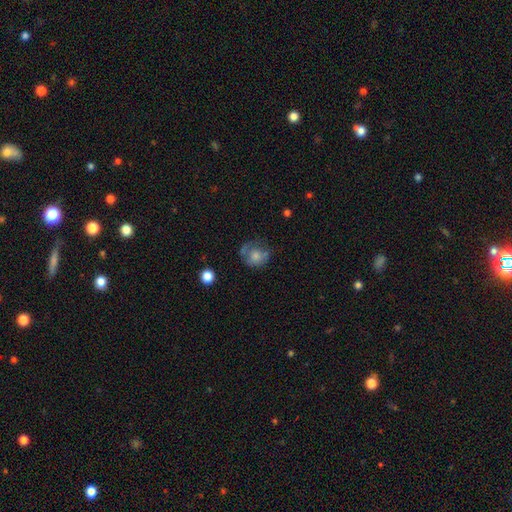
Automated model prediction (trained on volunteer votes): Smooth or featured? smooth (61%)
How rounded? round (71%)
Merging? none (46%)